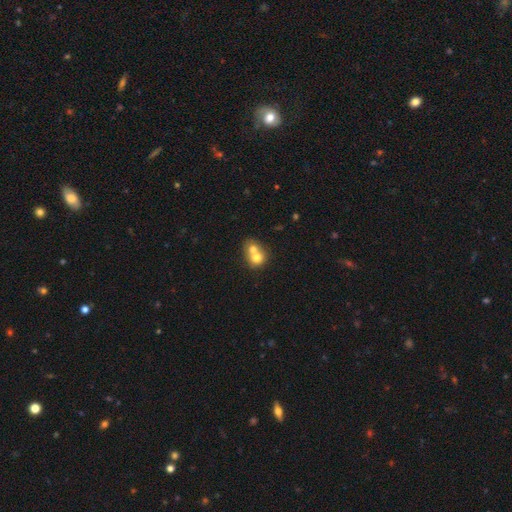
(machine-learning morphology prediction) type=smooth (67%); roundness=round (70%); merging=merger (71%).